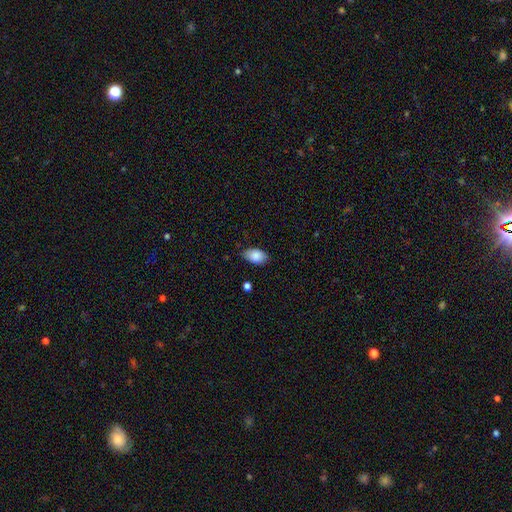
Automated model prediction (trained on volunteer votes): This is clearly a smooth galaxy (87%). How rounded: clearly in between (92%). Merging: likely none (80%).